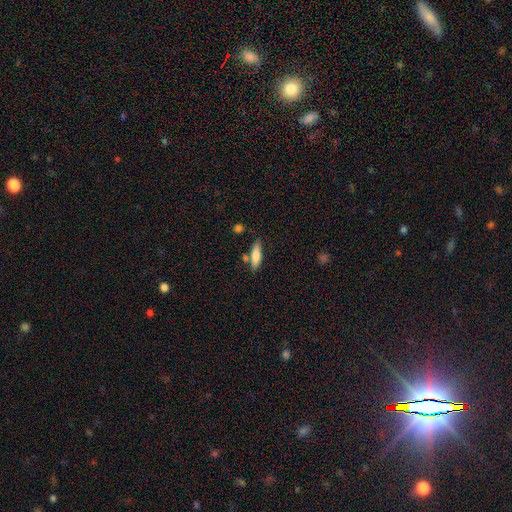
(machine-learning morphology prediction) type=smooth (75%); roundness=cigar-shaped (59%); merging=none (75%).